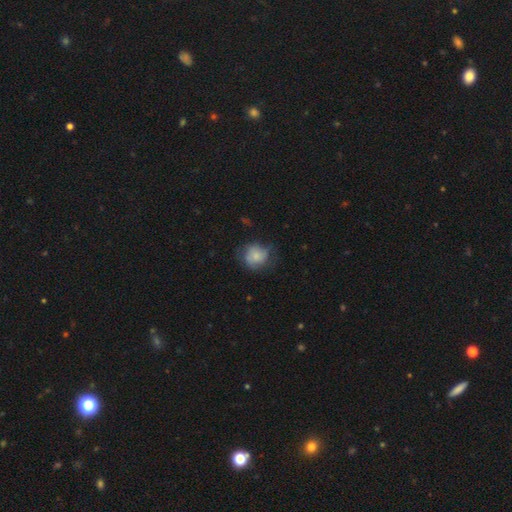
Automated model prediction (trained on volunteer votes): A smooth galaxy with no disk features (68%) that is round (81%).

Vote fractions:
- Smooth or featured? smooth: 68% / featured or disk: 25% / star or artifact: 8%
- How rounded? round: 81% / in between: 18% / cigar-shaped: 1%
- Merging? none: 58% / minor disturbance: 28% / major disturbance: 13% / merger: 1%